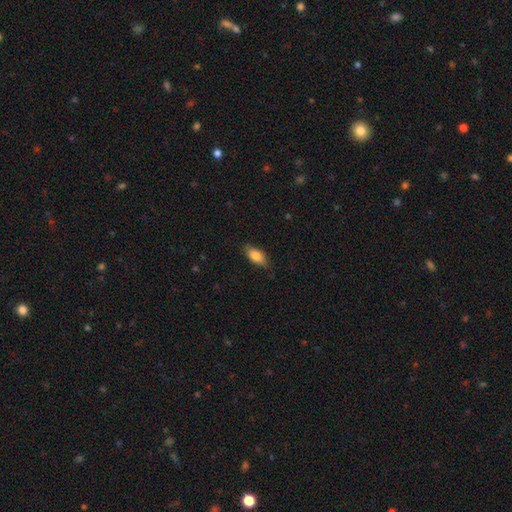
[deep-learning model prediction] This appears to be a smooth galaxy with no disk features (82%) that is in between round and cigar-shaped (86%). Merging: none (81%).